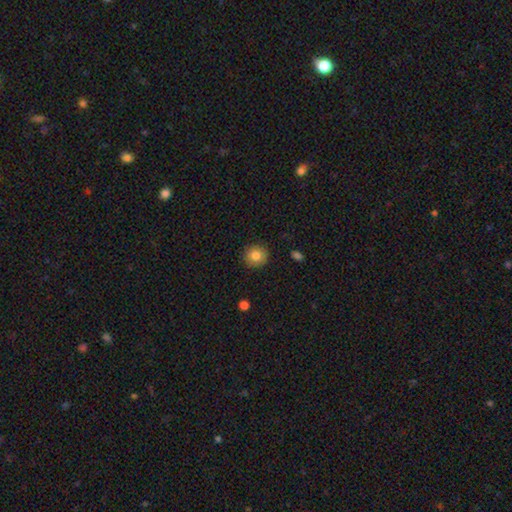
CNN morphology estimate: Overall: smooth (81%). How rounded: round (89%). Merging: none (90%).